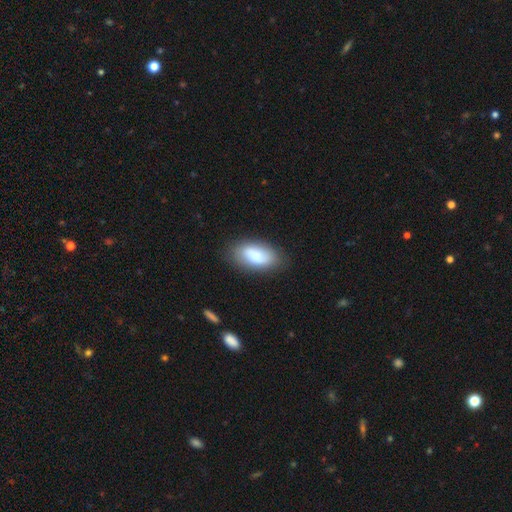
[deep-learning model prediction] Morphology: type=smooth (80%); roundness=in between (93%); merging=none (78%).